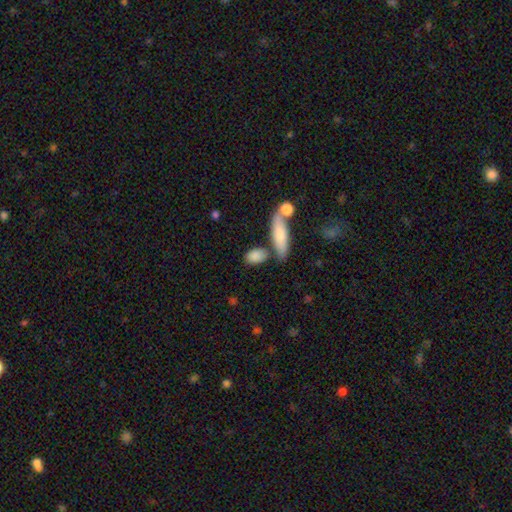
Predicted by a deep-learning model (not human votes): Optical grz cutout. It shows a smooth galaxy with no disk features (85%) that is in between round and cigar-shaped (79%). Merging: none (64%).